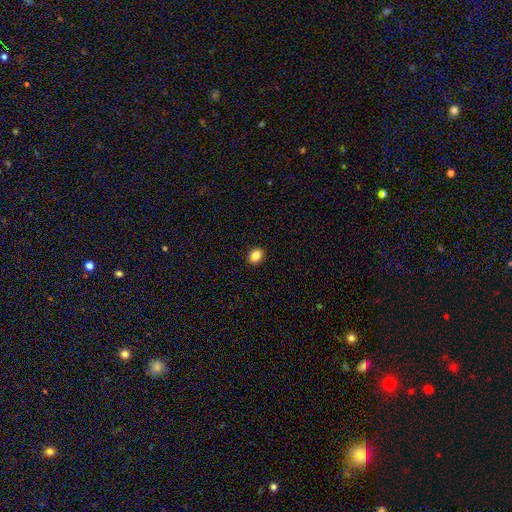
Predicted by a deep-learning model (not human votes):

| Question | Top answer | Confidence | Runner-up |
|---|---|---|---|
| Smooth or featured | smooth | 86% | star or artifact (10%) |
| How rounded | in between | 51% | round (48%) |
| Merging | none | 91% | minor disturbance (6%) |